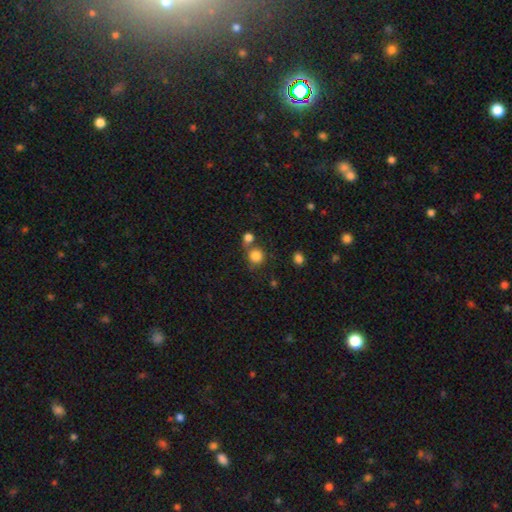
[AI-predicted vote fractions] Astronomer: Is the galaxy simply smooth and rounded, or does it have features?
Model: smooth — 82%.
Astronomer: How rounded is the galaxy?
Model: round — 88%.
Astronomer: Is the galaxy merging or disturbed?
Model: none — 58%.